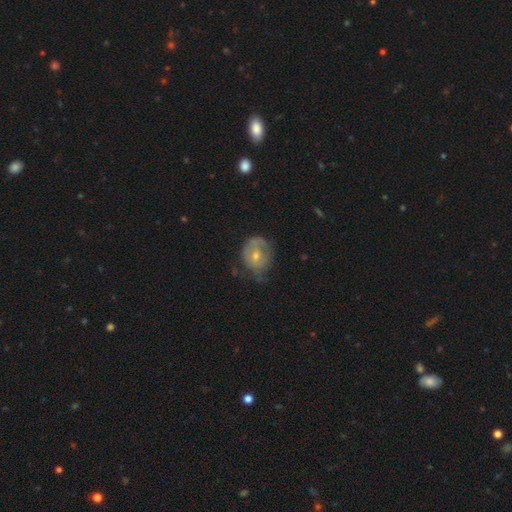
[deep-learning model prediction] This appears to be a featured or disk galaxy (49%). Merging: none (45%).